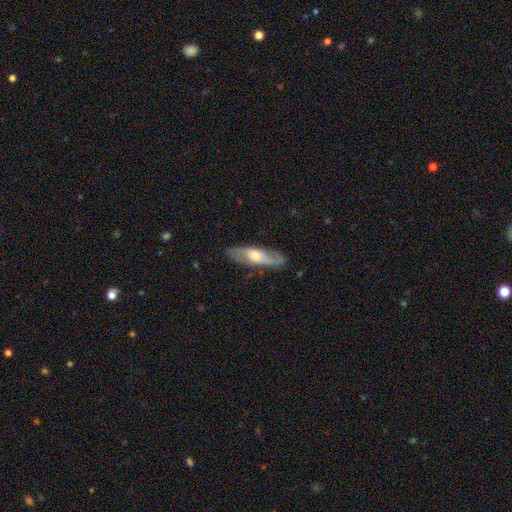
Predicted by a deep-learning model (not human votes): smooth-or-featured: featured or disk: 60% | smooth: 34% | star or artifact: 6%
  disk-edge-on: no: 66% | yes: 34%
  merging: none: 81% | minor disturbance: 14% | major disturbance: 4% | merger: 1%